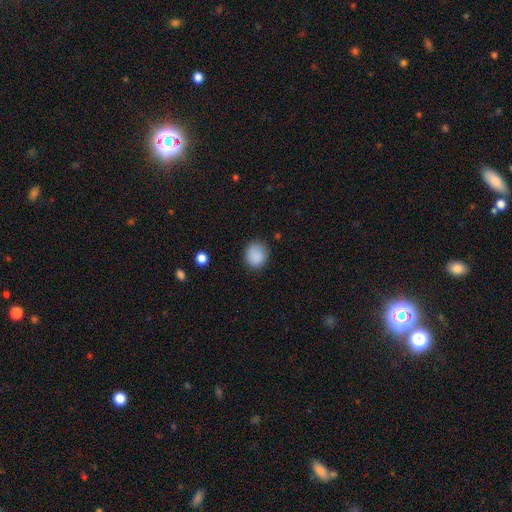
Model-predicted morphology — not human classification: This appears to be a smooth galaxy with no disk features (88%) that is round (77%). Merging: none (82%).